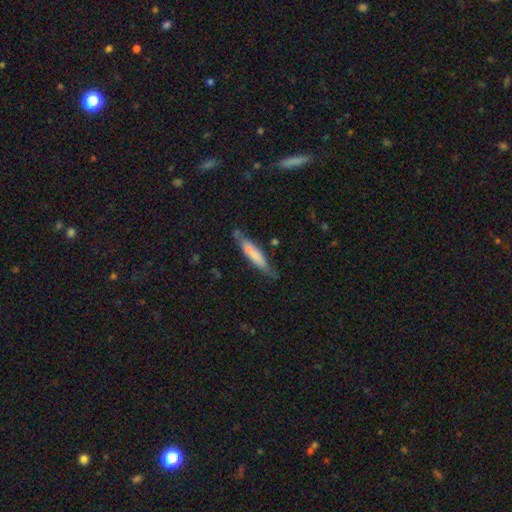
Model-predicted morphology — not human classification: This is likely a smooth galaxy (63%). How rounded: clearly cigar-shaped (80%). Merging: likely none (63%).